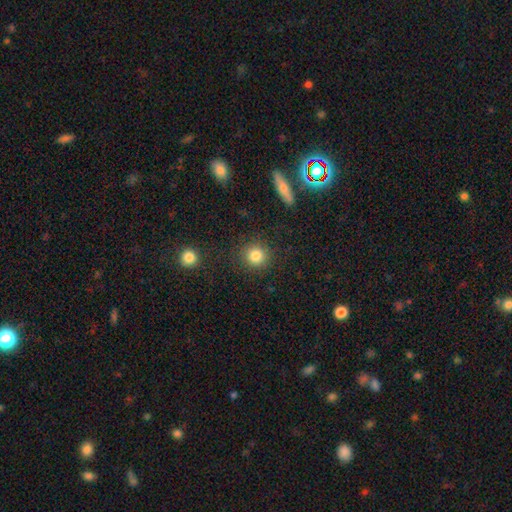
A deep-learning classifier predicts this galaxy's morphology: smooth_or_featured: smooth (p=0.84) [alt: star or artifact p=0.11]
how_rounded: round (p=0.92) [alt: in between p=0.07]
merging: none (p=0.88) [alt: minor disturbance p=0.07]